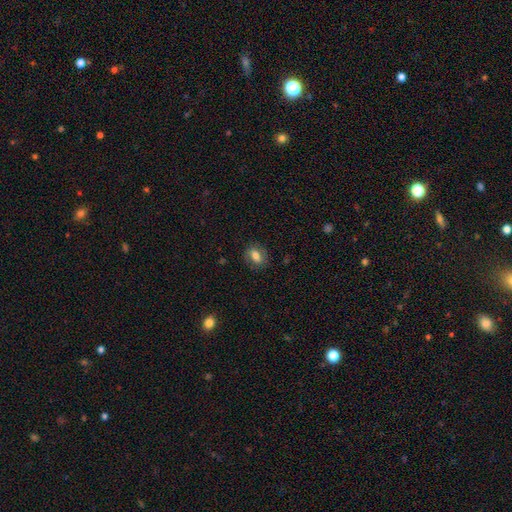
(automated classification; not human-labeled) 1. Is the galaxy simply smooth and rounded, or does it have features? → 71% smooth, 20% featured or disk, 9% star or artifact.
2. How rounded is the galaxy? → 73% in between, 24% round, 3% cigar-shaped.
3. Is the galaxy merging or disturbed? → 80% none, 14% minor disturbance, 5% major disturbance, 1% merger.